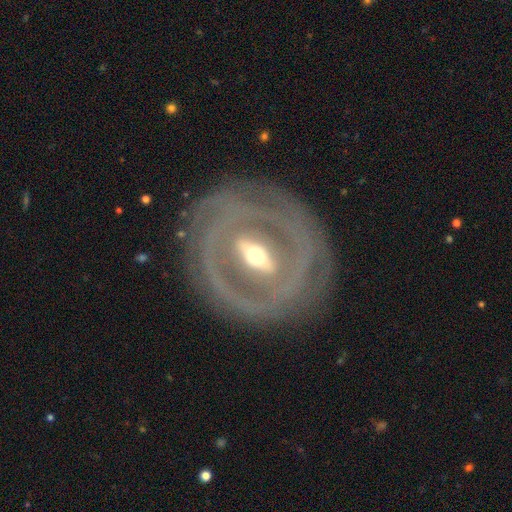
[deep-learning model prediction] A featured or disk galaxy (83%) with a strong bar (63%), spiral arms (56%) and a moderate central bulge (56%).

Vote fractions:
- Smooth or featured? featured or disk: 83% / smooth: 12% / star or artifact: 5%
- Edge-on disk? no: 87% / yes: 13%
- Bar? strong: 63% / weak: 24% / no: 13%
- Spiral arms? yes: 56% / no: 44%
- Bulge size? moderate: 56% / small: 33% / large: 8% / dominant: 2% / none: 1%
- Merging? none: 77% / minor disturbance: 13% / major disturbance: 9% / merger: 2%